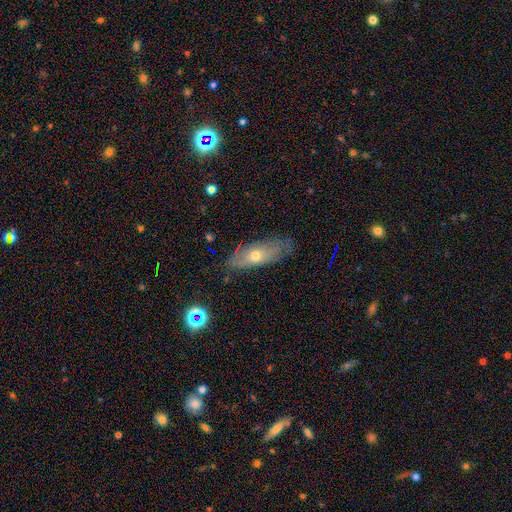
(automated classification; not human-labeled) The model was most divided on "smooth or featured": smooth: 51%, featured or disk: 41%, star or artifact: 8%. More confident: merging — none (69%); how rounded — in between (66%).